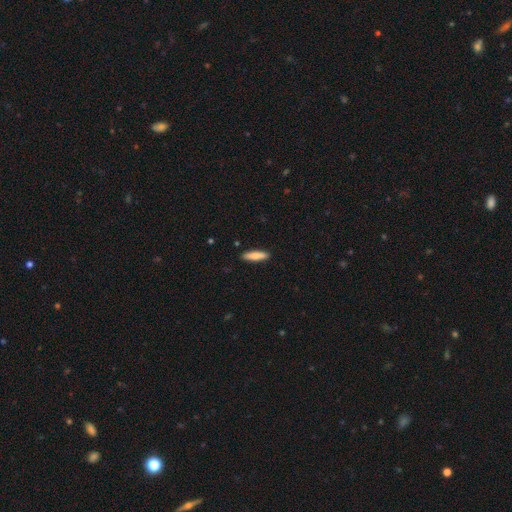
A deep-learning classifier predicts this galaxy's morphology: Overall: smooth (80%). How rounded: cigar-shaped (76%). Merging: none (90%).